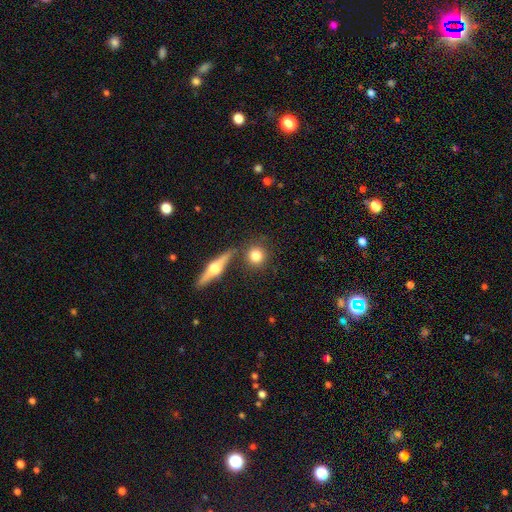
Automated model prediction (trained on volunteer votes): Overall: smooth (76%). How rounded: round (87%). Merging: none (76%).